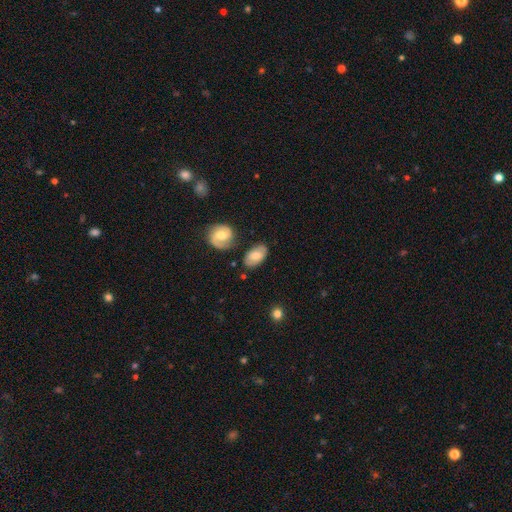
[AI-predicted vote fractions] Overall: smooth (65%; featured or disk 29%). How rounded: in between (91%). Merging: none (72%).